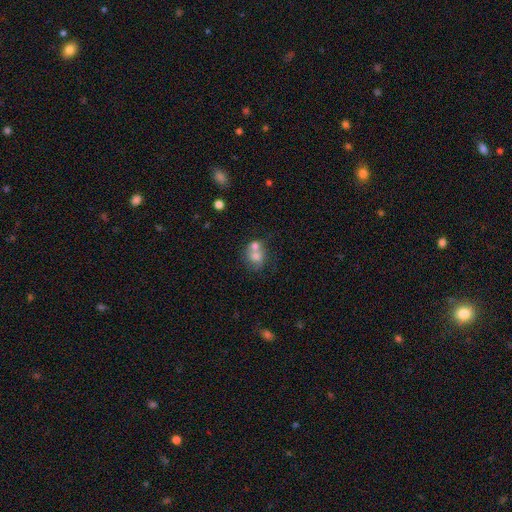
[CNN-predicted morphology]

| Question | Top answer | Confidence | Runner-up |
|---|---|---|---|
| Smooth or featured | smooth | 71% | featured or disk (19%) |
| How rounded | round | 64% | in between (35%) |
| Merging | merger | 59% | none (28%) |